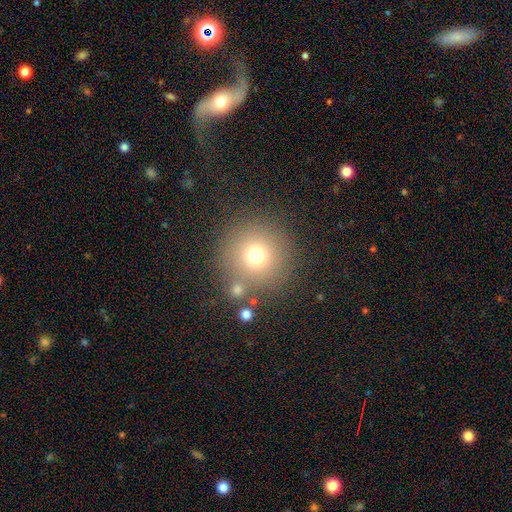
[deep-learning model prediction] A smooth galaxy with no disk features (72%) that is round (96%).

Vote fractions:
- Smooth or featured? smooth: 72% / star or artifact: 16% / featured or disk: 12%
- How rounded? round: 96% / in between: 3% / cigar-shaped: 1%
- Merging? none: 81% / minor disturbance: 8% / merger: 6% / major disturbance: 4%